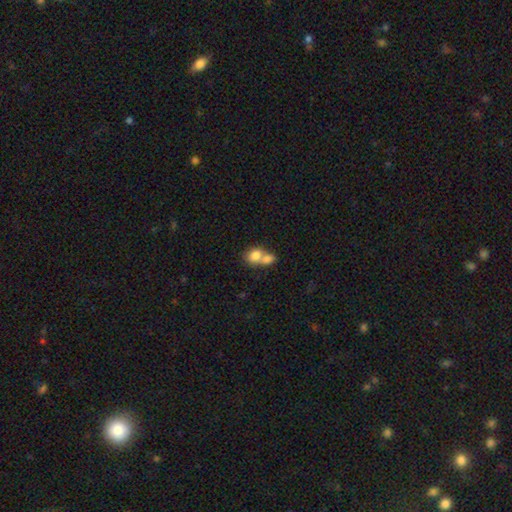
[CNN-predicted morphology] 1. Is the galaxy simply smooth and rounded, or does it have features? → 77% smooth, 14% featured or disk, 8% star or artifact.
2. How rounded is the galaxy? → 56% in between, 43% round, 1% cigar-shaped.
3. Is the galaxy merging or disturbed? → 70% merger, 21% none, 6% minor disturbance, 3% major disturbance.